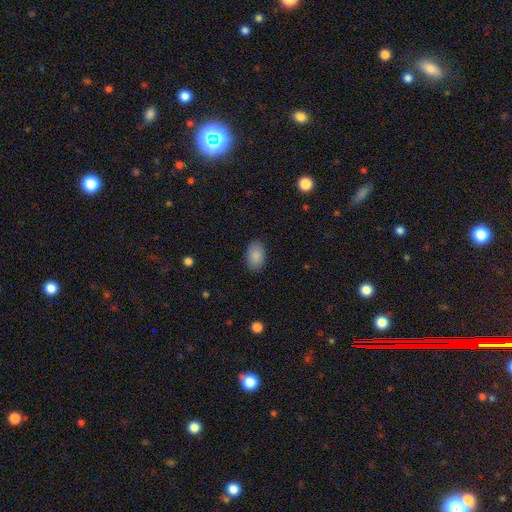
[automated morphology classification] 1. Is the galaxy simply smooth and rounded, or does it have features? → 88% smooth, 7% star or artifact, 4% featured or disk.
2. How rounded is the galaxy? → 91% in between, 8% round, 1% cigar-shaped.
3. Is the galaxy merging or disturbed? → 86% none, 10% minor disturbance, 3% major disturbance, 1% merger.